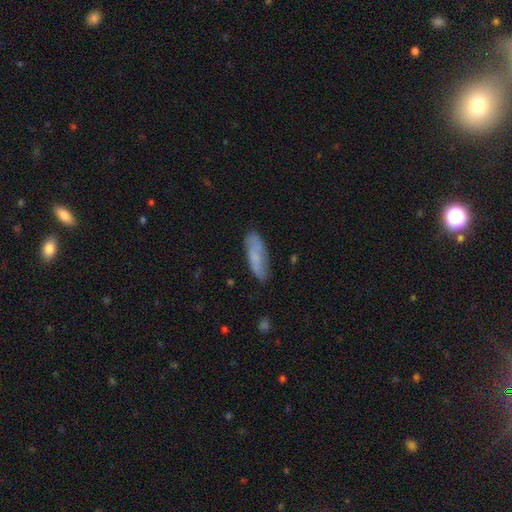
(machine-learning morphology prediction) Overall: smooth (69%). How rounded: in between (50%; cigar-shaped 48%). Merging: none (76%).